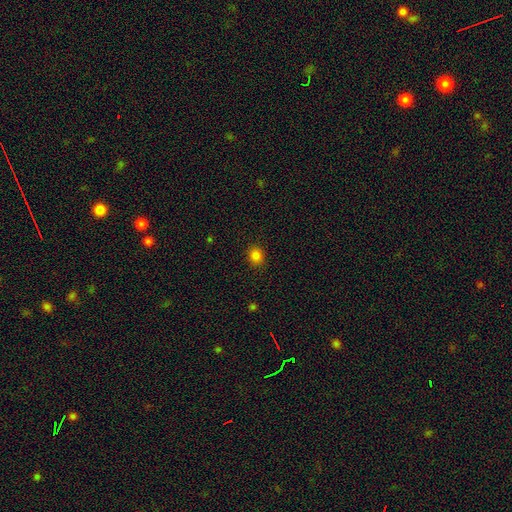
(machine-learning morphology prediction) Overall: smooth (83%). How rounded: round (68%; in between 31%). Merging: none (90%).